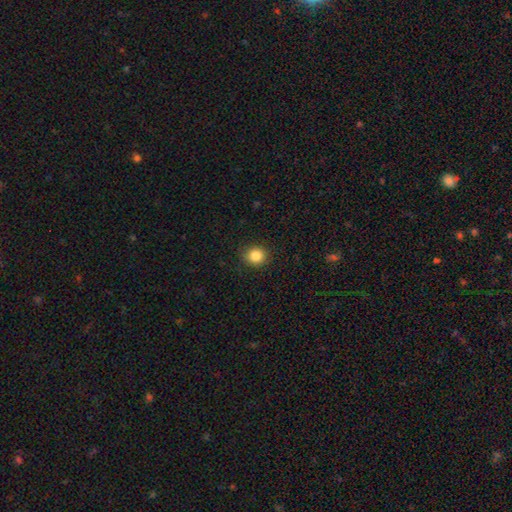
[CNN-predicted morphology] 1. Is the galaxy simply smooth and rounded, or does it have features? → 85% smooth, 10% star or artifact, 5% featured or disk.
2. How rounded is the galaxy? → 82% round, 17% in between, 1% cigar-shaped.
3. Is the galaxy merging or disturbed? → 89% none, 8% minor disturbance, 2% major disturbance, 1% merger.